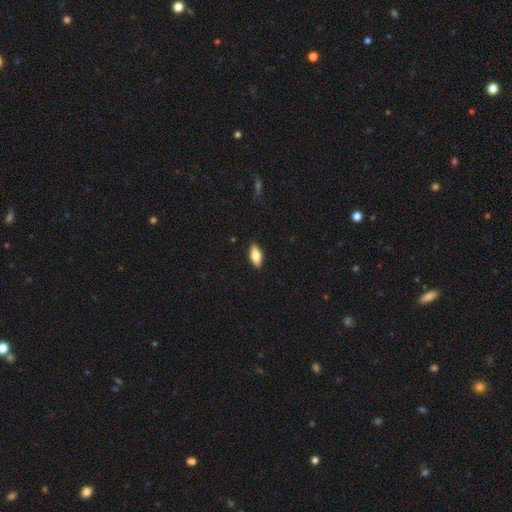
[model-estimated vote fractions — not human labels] smooth 73%, featured or disk 20%, star or artifact 6%. Down the decision tree: how rounded — in between (83%); merging — none (90%).